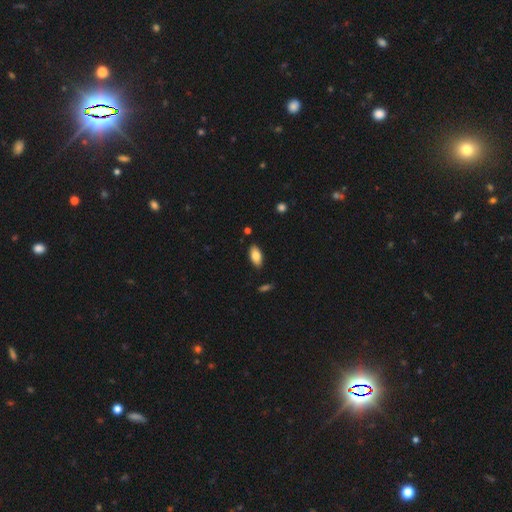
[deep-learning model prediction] Smooth or featured? Predicted: smooth (p=0.82). How rounded? Predicted: in between (p=0.92). Merging? Predicted: none (p=0.87).